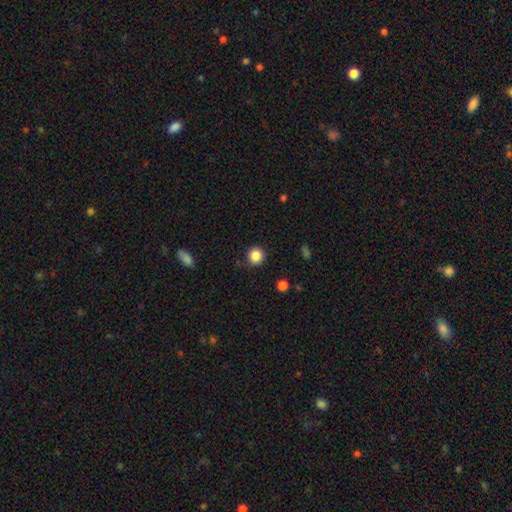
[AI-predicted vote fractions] Q: Smooth or featured?
A: smooth (86%); runner-up: star or artifact (10%)
Q: How rounded?
A: round (93%); runner-up: in between (6%)
Q: Merging?
A: none (89%); runner-up: minor disturbance (7%)